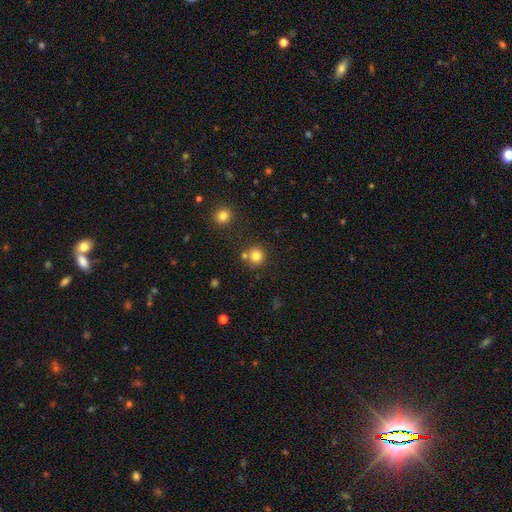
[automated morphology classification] Smooth or featured? smooth (81%)
How rounded? round (91%)
Merging? none (73%)